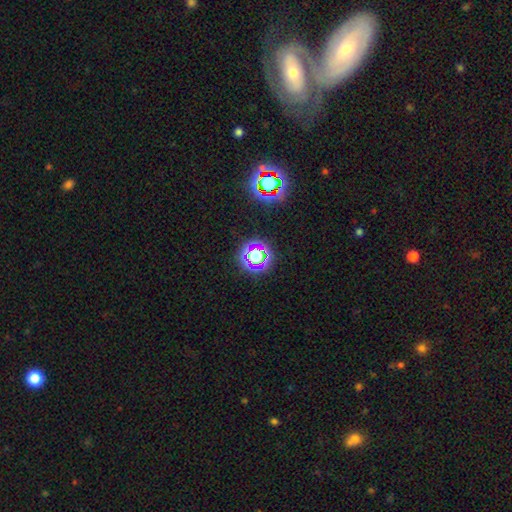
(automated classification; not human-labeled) Smooth or featured? star or artifact (58%)